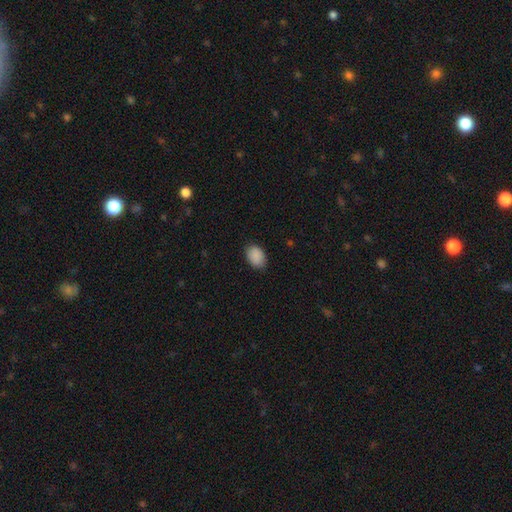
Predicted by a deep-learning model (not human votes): A smooth galaxy with no disk features (90%) that is in between round and cigar-shaped (81%). Merging: none (84%).